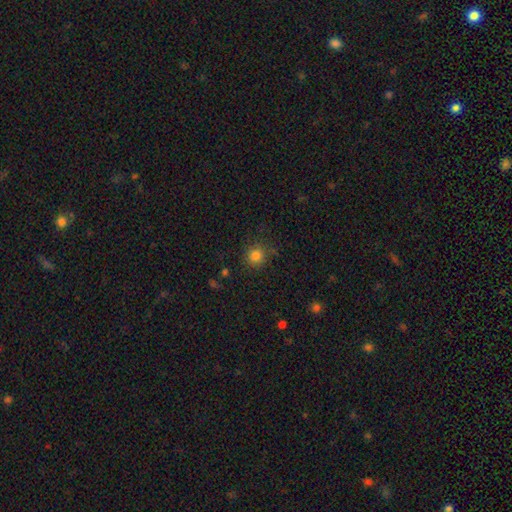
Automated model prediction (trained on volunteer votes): Smooth or featured: smooth — 82% (star or artifact — 13%)
How rounded: round — 92% (in between — 7%)
Merging: none — 84% (minor disturbance — 10%)